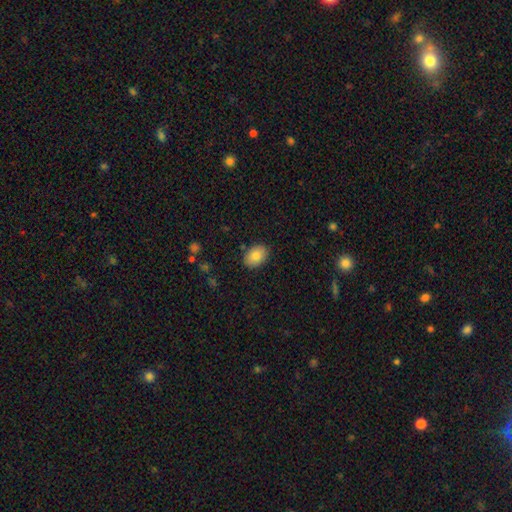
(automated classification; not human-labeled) Smooth or featured? Predicted: smooth (p=0.83). How rounded? Predicted: in between (p=0.80). Merging? Predicted: none (p=0.87).